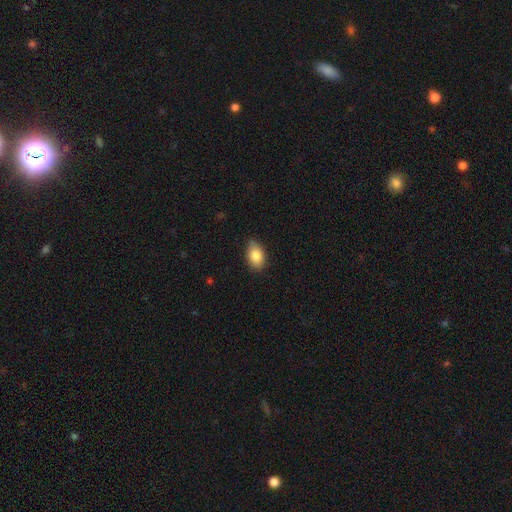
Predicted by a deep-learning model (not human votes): Overall: smooth (85%). How rounded: in between (86%). Merging: none (77%).